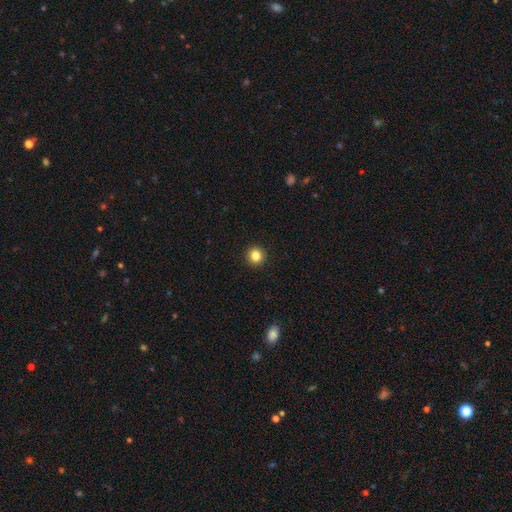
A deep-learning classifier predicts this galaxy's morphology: The model was most divided on "smooth or featured": smooth: 83%, star or artifact: 11%, featured or disk: 5%. More confident: how rounded — round (95%); merging — none (94%).